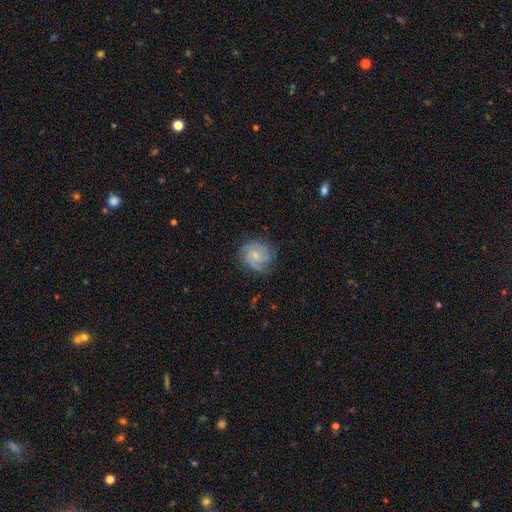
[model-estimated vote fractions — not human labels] Smooth or featured: featured or disk — 71% (smooth — 22%)
Edge-on disk: no — 98% (yes — 2%)
Bar: no — 58% (weak — 38%)
Spiral arms: yes — 94% (no — 6%)
Spiral winding: tight — 48% (medium — 41%)
Spiral arm count: 2 — 31% (3 — 30%)
Bulge size: small — 62% (moderate — 28%)
Merging: none — 75% (minor disturbance — 17%)